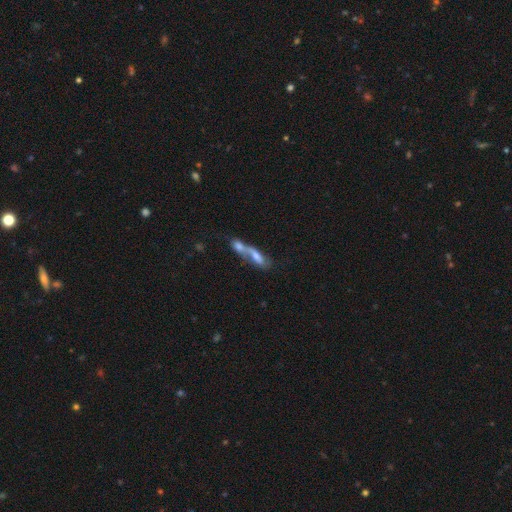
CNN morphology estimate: Smooth or featured? smooth (54%)
How rounded? in between (53%)
Merging? merger (76%)